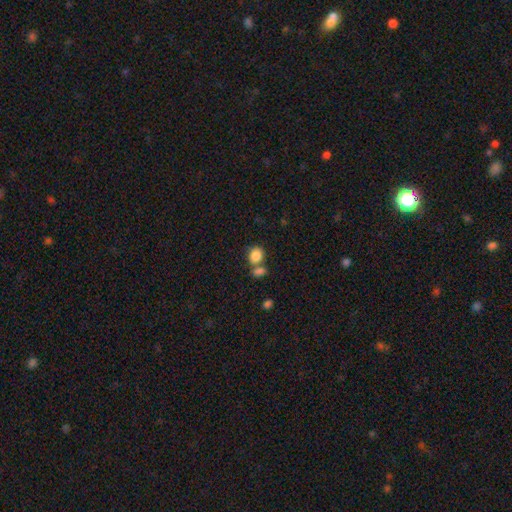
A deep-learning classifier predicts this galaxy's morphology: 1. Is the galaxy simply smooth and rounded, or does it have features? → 85% smooth, 9% star or artifact, 6% featured or disk.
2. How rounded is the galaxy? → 55% round, 43% in between, 1% cigar-shaped.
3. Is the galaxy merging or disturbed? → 48% none, 38% merger, 10% minor disturbance, 4% major disturbance.